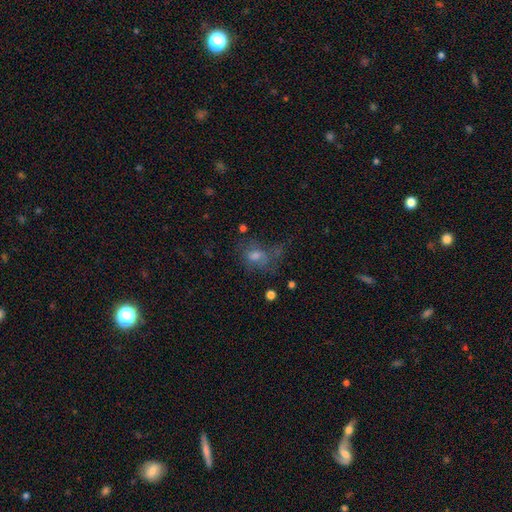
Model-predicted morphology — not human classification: This is possibly a smooth galaxy (47%). Merging: marginally none (43%).